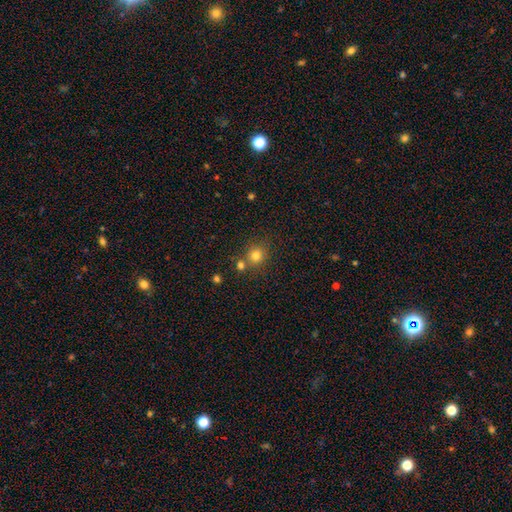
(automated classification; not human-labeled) smooth 79%, star or artifact 14%, featured or disk 7%. Down the decision tree: how rounded — round (86%); merging — none (69%).